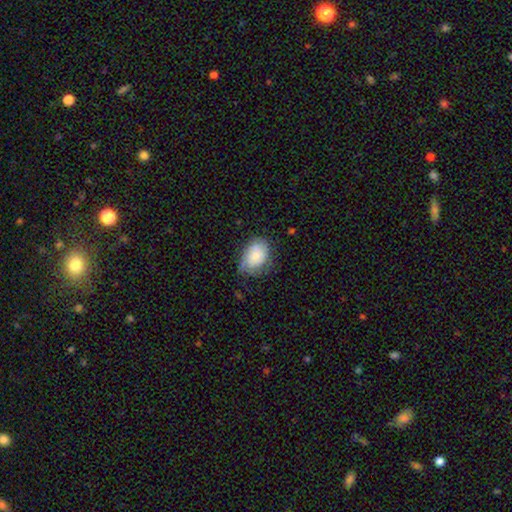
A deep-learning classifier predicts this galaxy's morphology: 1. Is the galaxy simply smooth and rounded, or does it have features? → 69% smooth, 24% featured or disk, 8% star or artifact.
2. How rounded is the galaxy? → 79% in between, 20% round, 1% cigar-shaped.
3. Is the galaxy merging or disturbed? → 54% none, 33% minor disturbance, 11% major disturbance, 2% merger.